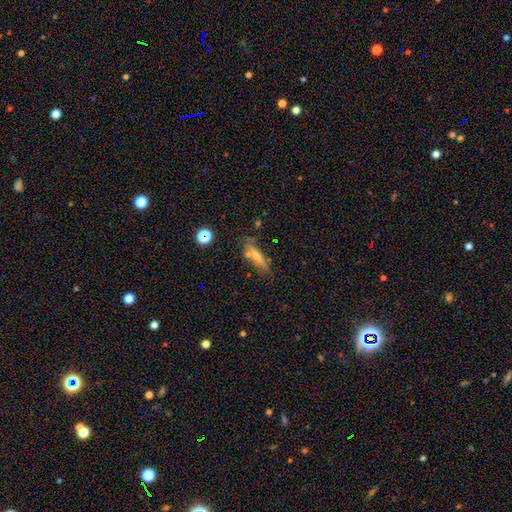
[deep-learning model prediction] Overall: featured or disk (42%; smooth 41%). Merging: none (73%).